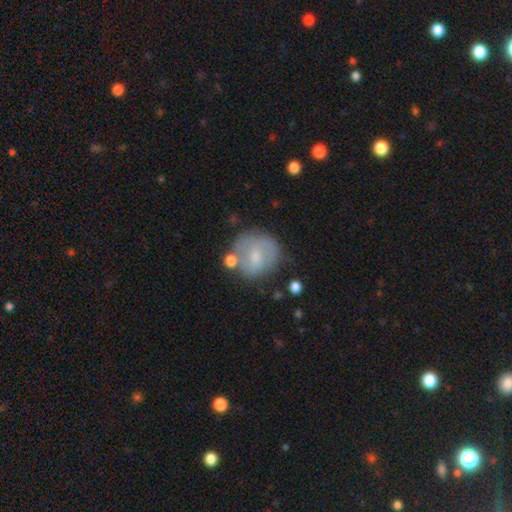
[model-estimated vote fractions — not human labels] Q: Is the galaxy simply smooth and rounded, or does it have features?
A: smooth — 60%.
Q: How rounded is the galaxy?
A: round — 84%.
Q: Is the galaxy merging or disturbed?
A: none — 62%.